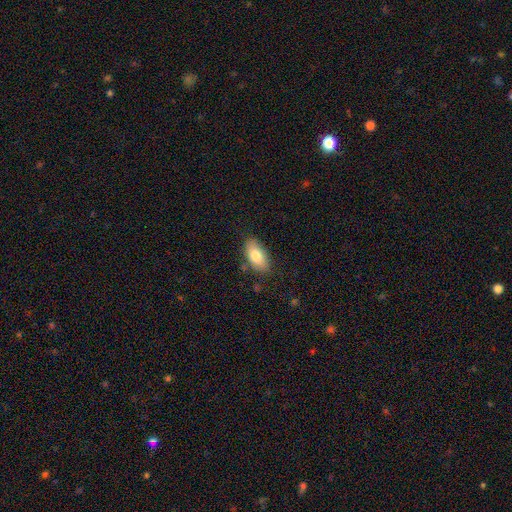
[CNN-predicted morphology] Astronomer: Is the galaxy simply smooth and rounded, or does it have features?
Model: smooth — 81%.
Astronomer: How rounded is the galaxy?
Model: in between — 92%.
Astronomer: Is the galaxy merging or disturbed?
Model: none — 78%.